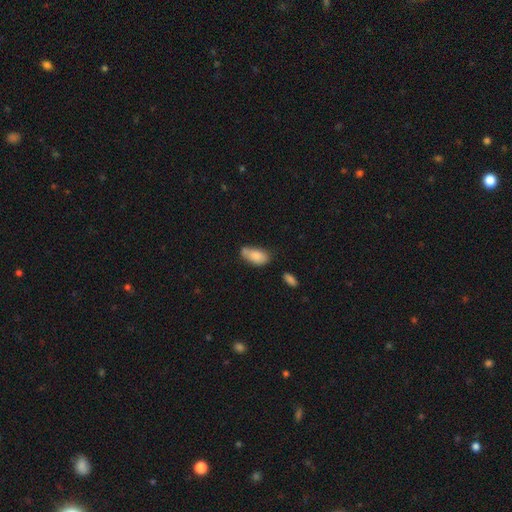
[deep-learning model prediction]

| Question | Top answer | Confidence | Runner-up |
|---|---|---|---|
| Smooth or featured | smooth | 82% | featured or disk (11%) |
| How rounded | in between | 90% | cigar-shaped (7%) |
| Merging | none | 49% | minor disturbance (33%) |